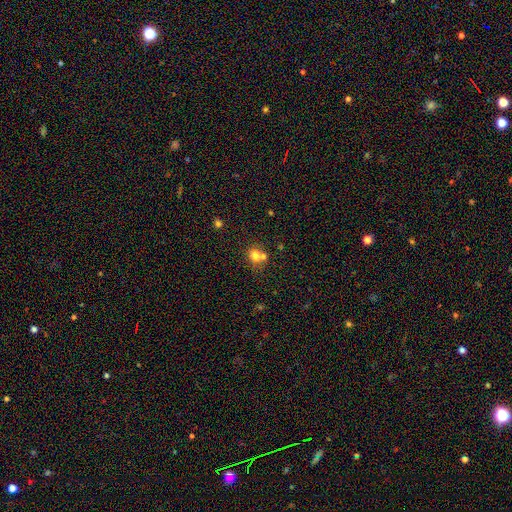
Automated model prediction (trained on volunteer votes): This is likely a smooth galaxy (75%). How rounded: likely round (76%). Merging: possibly none (47%).